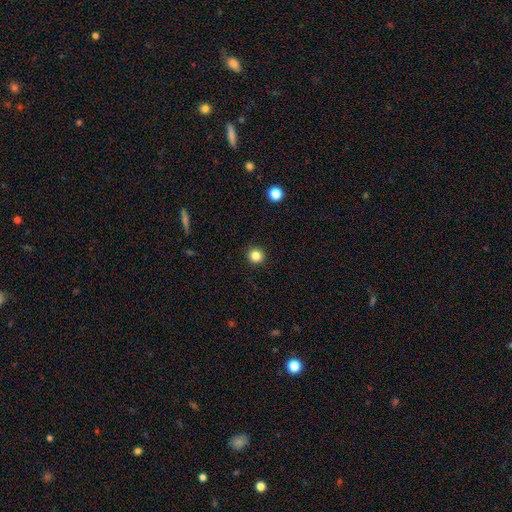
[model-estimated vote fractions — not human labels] The model was most divided on "smooth or featured": smooth: 84%, star or artifact: 12%, featured or disk: 4%. More confident: how rounded — round (94%); merging — none (93%).